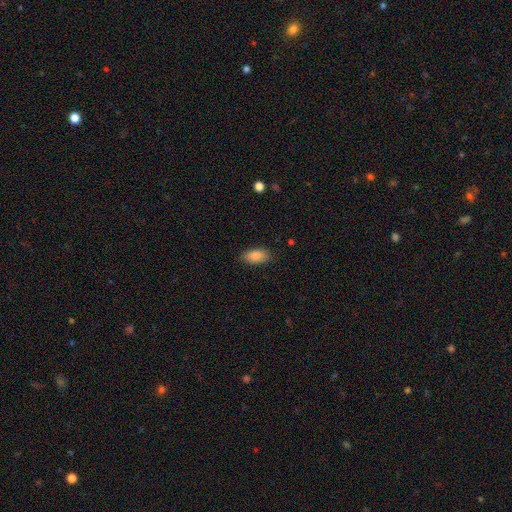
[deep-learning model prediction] A smooth galaxy with no disk features (88%) that is in between round and cigar-shaped (92%). Merging: none (85%).